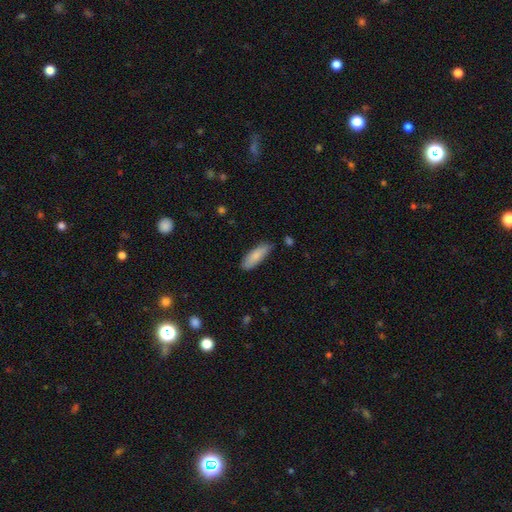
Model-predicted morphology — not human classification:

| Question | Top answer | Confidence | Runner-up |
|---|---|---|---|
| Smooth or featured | smooth | 84% | featured or disk (10%) |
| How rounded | in between | 58% | cigar-shaped (40%) |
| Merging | none | 79% | minor disturbance (16%) |